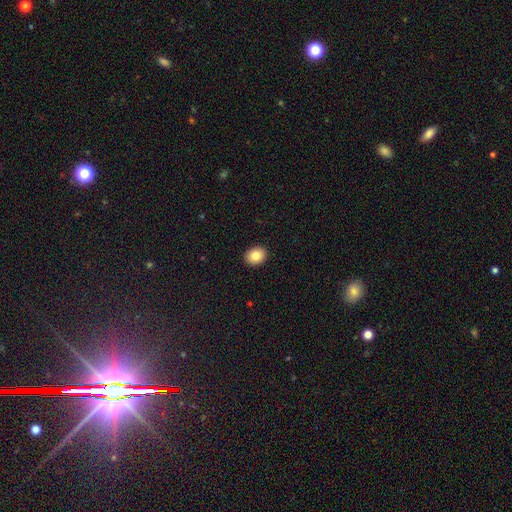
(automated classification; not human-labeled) This is clearly a smooth galaxy (84%). How rounded: possibly round (54%). Merging: clearly none (92%).